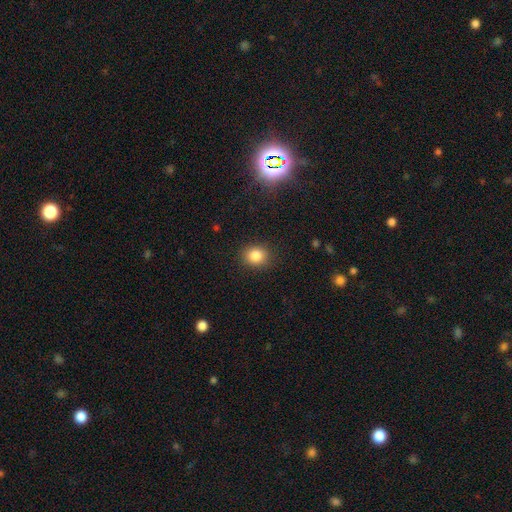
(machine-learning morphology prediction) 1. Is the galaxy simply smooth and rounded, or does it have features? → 84% smooth, 11% star or artifact, 5% featured or disk.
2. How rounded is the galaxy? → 70% round, 29% in between, 1% cigar-shaped.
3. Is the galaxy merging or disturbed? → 88% none, 8% minor disturbance, 3% major disturbance, 1% merger.